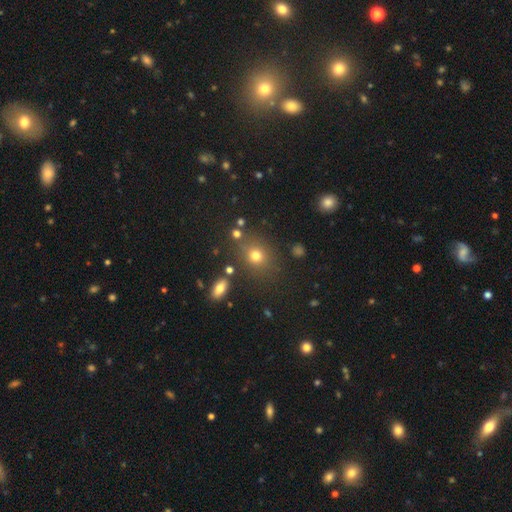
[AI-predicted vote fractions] A smooth galaxy with no disk features (73%) that is round (71%).

Vote fractions:
- Smooth or featured? smooth: 73% / star or artifact: 17% / featured or disk: 9%
- How rounded? round: 71% / in between: 27% / cigar-shaped: 1%
- Merging? none: 78% / minor disturbance: 11% / merger: 7% / major disturbance: 5%